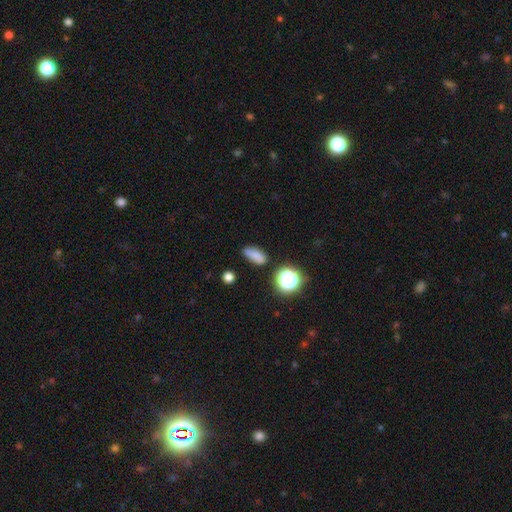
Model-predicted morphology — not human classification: A smooth galaxy with no disk features (77%) that is in between round and cigar-shaped (74%).

Vote fractions:
- Smooth or featured? smooth: 77% / star or artifact: 15% / featured or disk: 8%
- How rounded? in between: 74% / cigar-shaped: 14% / round: 12%
- Merging? none: 73% / minor disturbance: 19% / major disturbance: 5% / merger: 4%